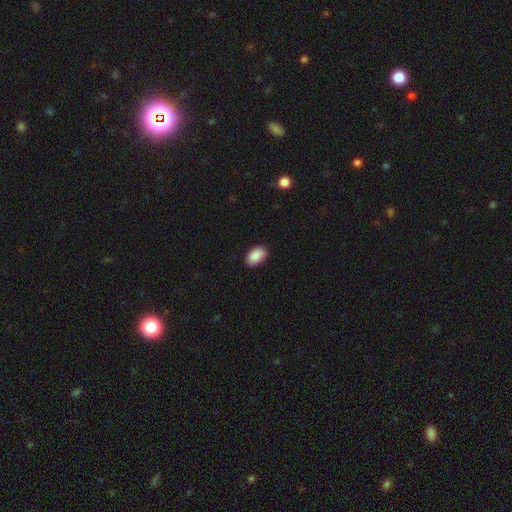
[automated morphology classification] Smooth or featured? Predicted: smooth (p=0.91). How rounded? Predicted: in between (p=0.94). Merging? Predicted: none (p=0.87).